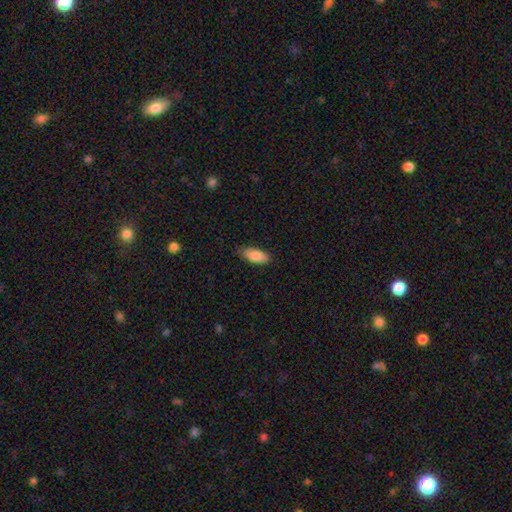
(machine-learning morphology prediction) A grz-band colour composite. It shows a smooth galaxy with no disk features (85%) that is in between round and cigar-shaped (87%). Merging: none (79%).